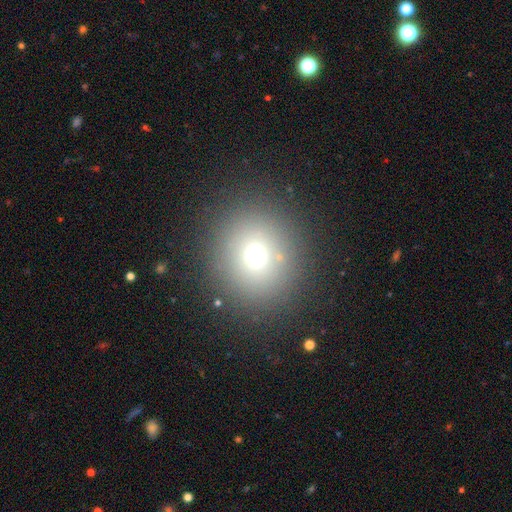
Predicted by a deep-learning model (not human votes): Smooth or featured? smooth (69%)
How rounded? round (85%)
Merging? none (87%)